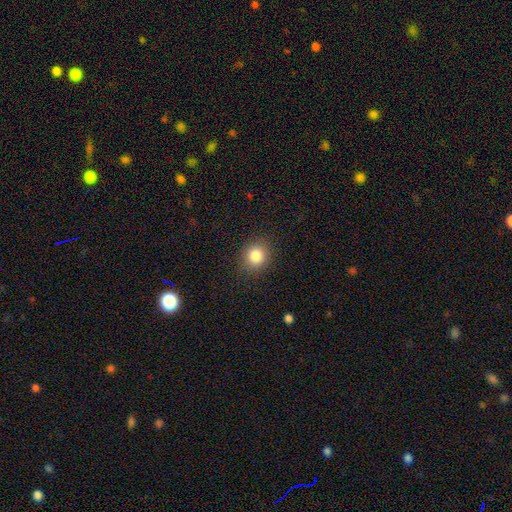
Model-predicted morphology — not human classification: smooth-or-featured: smooth: 84% | star or artifact: 10% | featured or disk: 6%
  how-rounded: round: 77% | in between: 22% | cigar-shaped: 1%
  merging: none: 87% | minor disturbance: 9% | major disturbance: 3% | merger: 1%